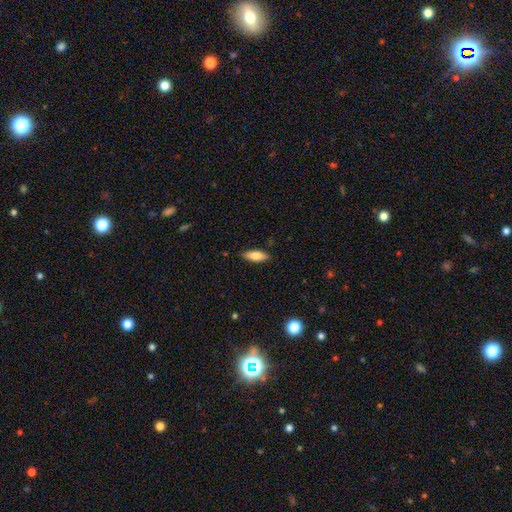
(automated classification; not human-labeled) smooth-or-featured: smooth: 78% | featured or disk: 16% | star or artifact: 6%
  how-rounded: in between: 67% | cigar-shaped: 30% | round: 2%
  merging: none: 86% | minor disturbance: 10% | major disturbance: 2% | merger: 1%